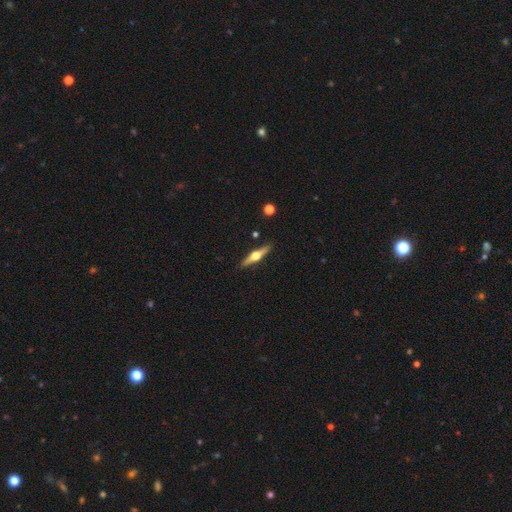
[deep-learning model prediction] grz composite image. It shows a featured or disk galaxy (72%) viewed edge-on (97%) with a rounded central bulge (96%). Merging: none (90%).